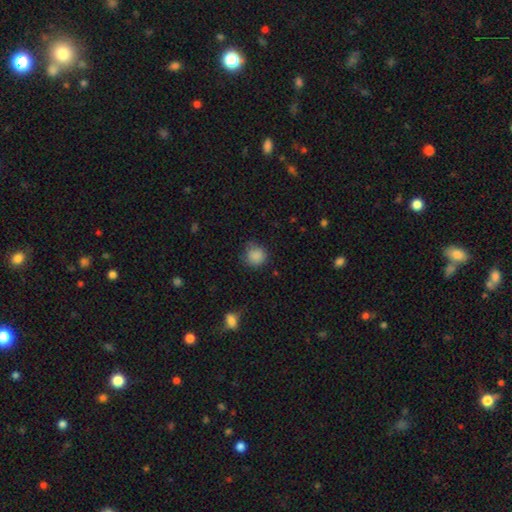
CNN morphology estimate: Q: Smooth or featured?
A: smooth (86%); runner-up: star or artifact (10%)
Q: How rounded?
A: round (88%); runner-up: in between (11%)
Q: Merging?
A: none (70%); runner-up: minor disturbance (22%)